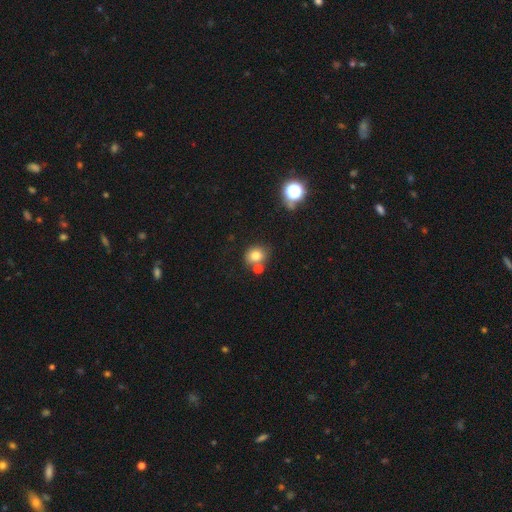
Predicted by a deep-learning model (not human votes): This is likely a smooth galaxy (78%). How rounded: likely round (67%). Merging: likely none (63%).